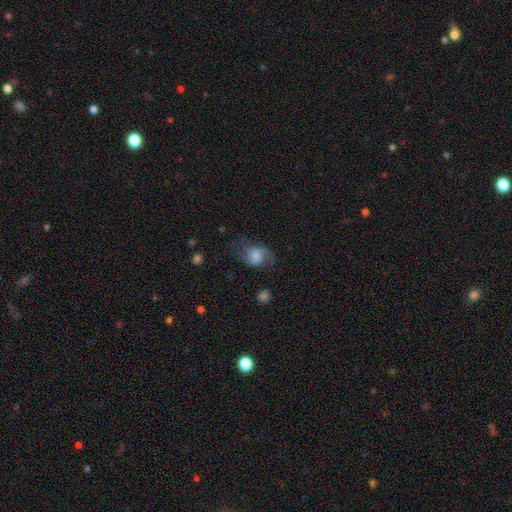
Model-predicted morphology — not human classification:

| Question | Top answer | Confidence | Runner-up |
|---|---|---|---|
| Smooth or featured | smooth | 52% | featured or disk (38%) |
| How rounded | in between | 70% | round (29%) |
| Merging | none | 55% | minor disturbance (25%) |